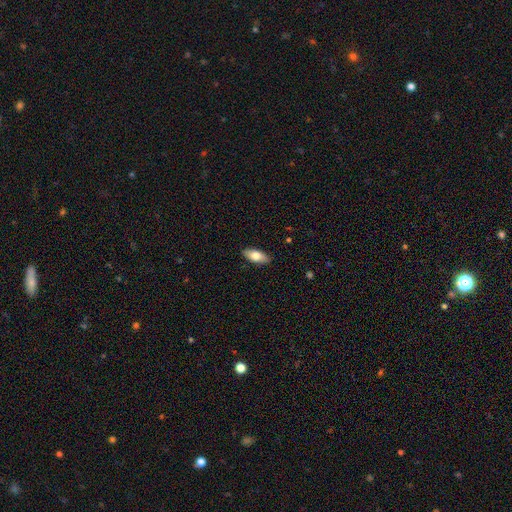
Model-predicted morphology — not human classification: Smooth or featured?
  - smooth: 71% *
  - featured or disk: 23%
  - star or artifact: 6%
How rounded?
  - in between: 82% *
  - cigar-shaped: 15%
  - round: 3%
Merging?
  - none: 89% *
  - minor disturbance: 9%
  - major disturbance: 2%
  - merger: 1%